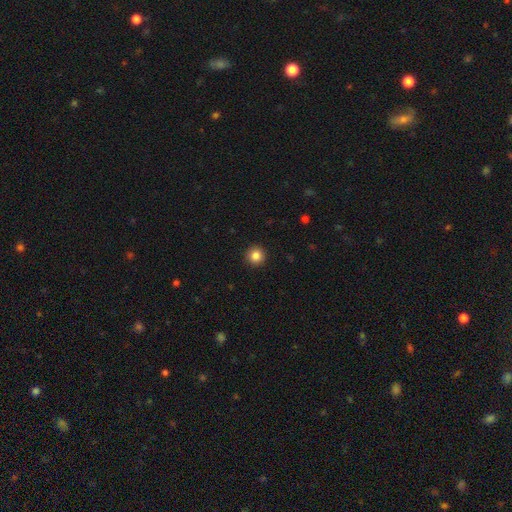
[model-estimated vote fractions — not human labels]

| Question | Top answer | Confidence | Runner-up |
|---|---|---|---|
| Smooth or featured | smooth | 85% | star or artifact (11%) |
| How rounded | round | 96% | in between (3%) |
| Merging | none | 93% | minor disturbance (4%) |